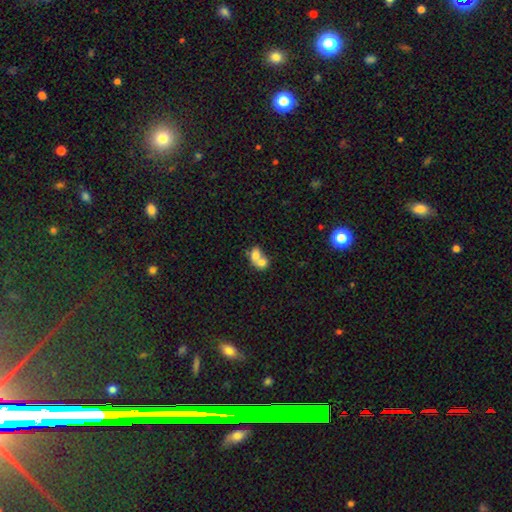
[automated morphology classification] smooth-or-featured: smooth: 70% | featured or disk: 22% | star or artifact: 8%
  how-rounded: in between: 51% | round: 48% | cigar-shaped: 1%
  merging: merger: 78% | none: 15% | minor disturbance: 5% | major disturbance: 3%